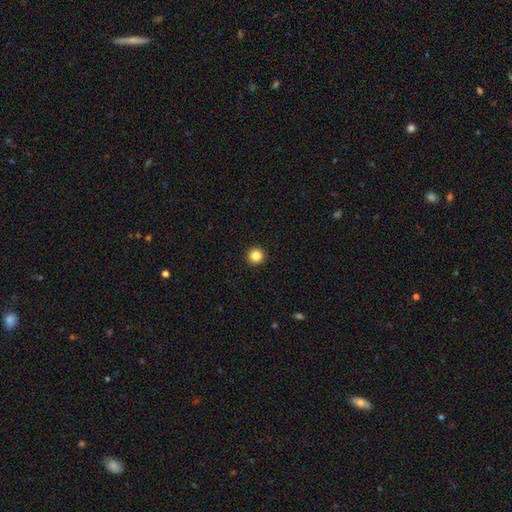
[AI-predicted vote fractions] Overall: smooth (85%). How rounded: round (96%). Merging: none (94%).